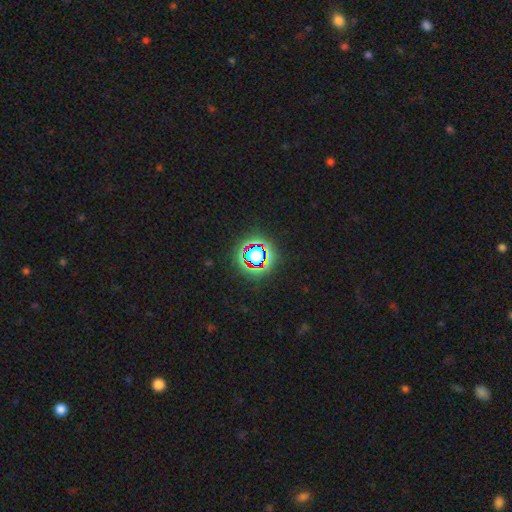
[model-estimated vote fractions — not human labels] The model was most divided on "smooth or featured": star or artifact: 65%, smooth: 22%, featured or disk: 12%.